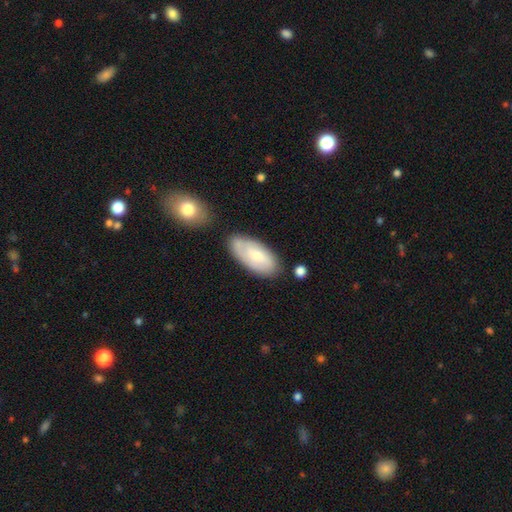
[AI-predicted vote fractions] A smooth galaxy with no disk features (60%) that is in between round and cigar-shaped (91%).

Vote fractions:
- Smooth or featured? smooth: 60% / featured or disk: 34% / star or artifact: 6%
- How rounded? in between: 91% / cigar-shaped: 7% / round: 2%
- Merging? none: 67% / minor disturbance: 20% / merger: 8% / major disturbance: 5%